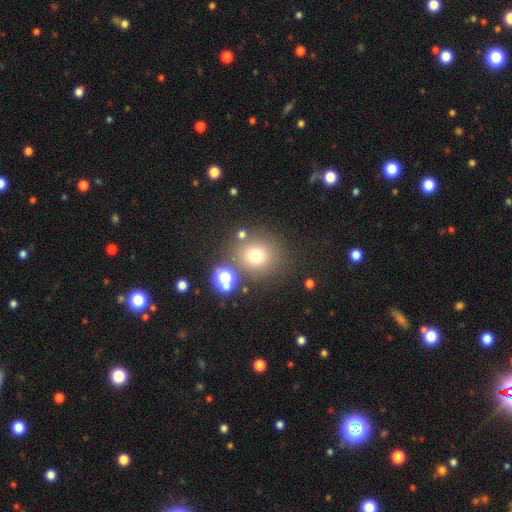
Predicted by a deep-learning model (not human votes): smooth-or-featured: smooth: 70% | star or artifact: 20% | featured or disk: 10%
  how-rounded: round: 88% | in between: 11% | cigar-shaped: 1%
  merging: none: 77% | minor disturbance: 9% | merger: 8% | major disturbance: 5%